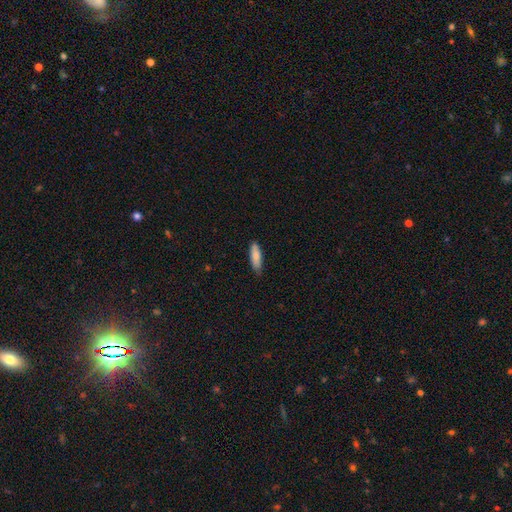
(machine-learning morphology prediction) This is clearly a smooth galaxy (83%). How rounded: possibly cigar-shaped (52%). Merging: likely none (79%).